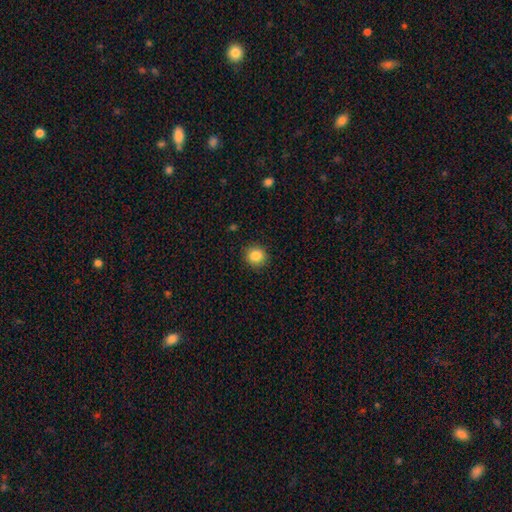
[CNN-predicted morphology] smooth_or_featured: smooth (p=0.86) [alt: star or artifact p=0.10]
how_rounded: round (p=0.88) [alt: in between p=0.11]
merging: none (p=0.90) [alt: minor disturbance p=0.07]